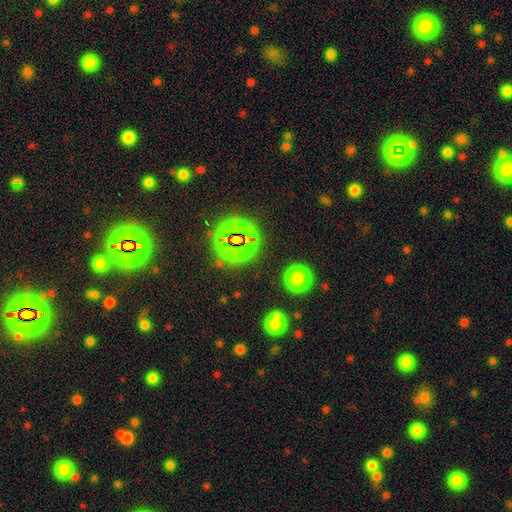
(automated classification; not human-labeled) smooth_or_featured: star or artifact (p=0.77) [alt: smooth p=0.15]